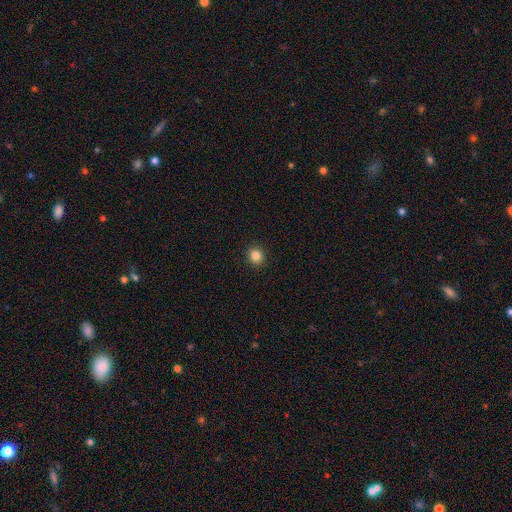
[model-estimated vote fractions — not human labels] smooth-or-featured: smooth: 84% | star or artifact: 12% | featured or disk: 4%
  how-rounded: round: 83% | in between: 16% | cigar-shaped: 1%
  merging: none: 92% | minor disturbance: 5% | major disturbance: 2% | merger: 1%